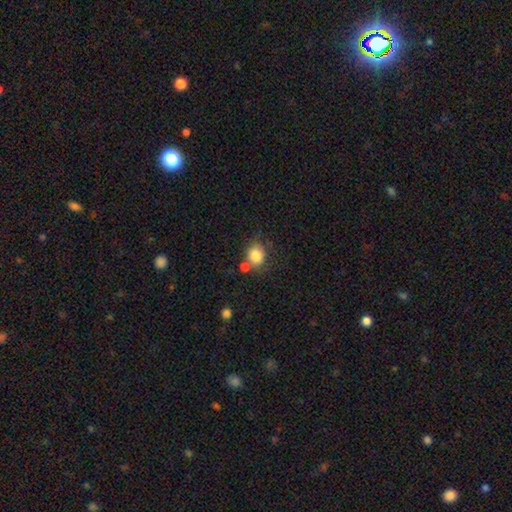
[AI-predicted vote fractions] Overall: smooth (84%). How rounded: round (66%; in between 33%). Merging: none (61%).